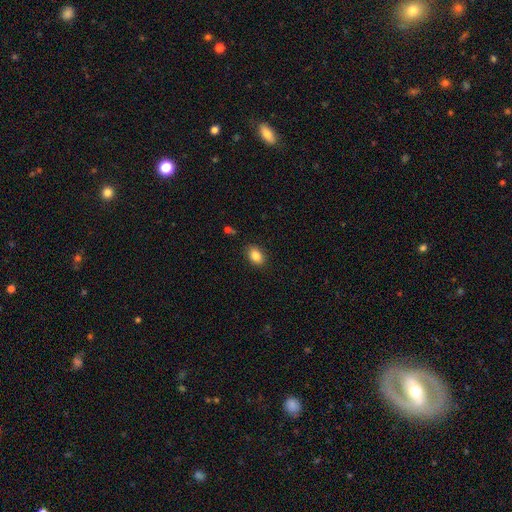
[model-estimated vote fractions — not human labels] Smooth or featured?
  - smooth: 86% *
  - star or artifact: 9%
  - featured or disk: 6%
How rounded?
  - in between: 81% *
  - round: 18%
  - cigar-shaped: 1%
Merging?
  - none: 88% *
  - minor disturbance: 9%
  - major disturbance: 2%
  - merger: 1%